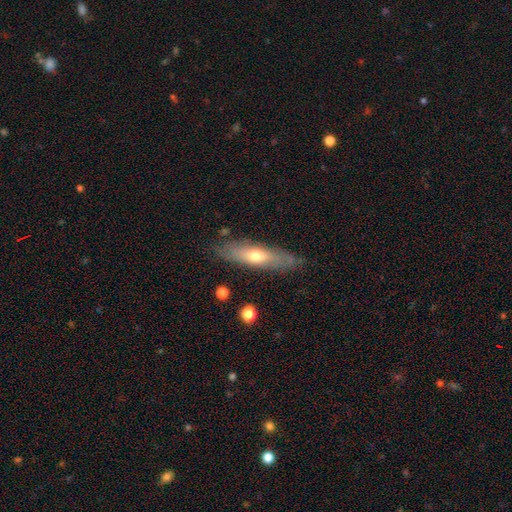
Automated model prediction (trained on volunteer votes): A smooth galaxy with no disk features (48%).

Vote fractions:
- Smooth or featured? smooth: 48% / featured or disk: 46% / star or artifact: 6%
- Merging? none: 80% / minor disturbance: 15% / major disturbance: 3% / merger: 2%